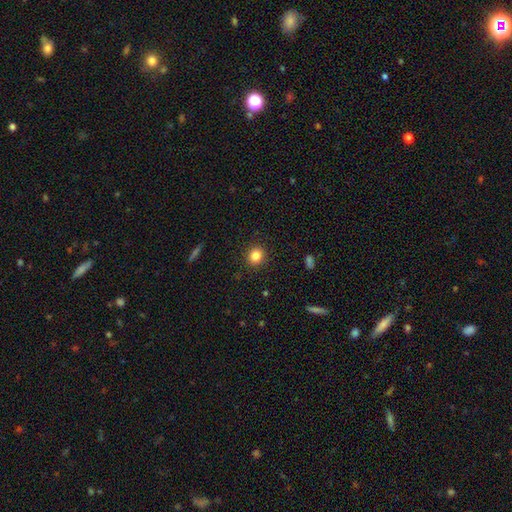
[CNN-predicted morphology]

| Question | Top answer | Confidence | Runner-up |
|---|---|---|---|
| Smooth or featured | smooth | 84% | star or artifact (11%) |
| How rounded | round | 83% | in between (16%) |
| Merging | none | 91% | minor disturbance (6%) |